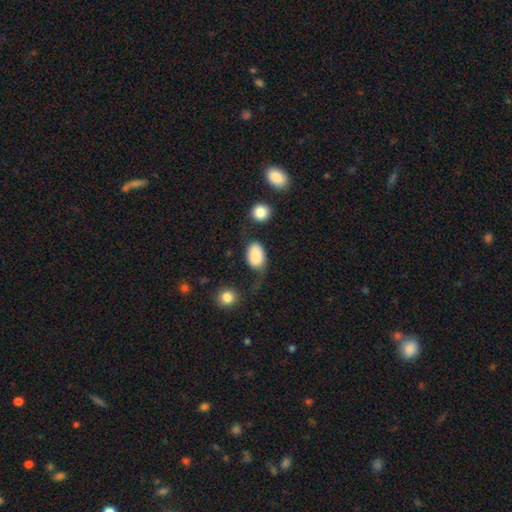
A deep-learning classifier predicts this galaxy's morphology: The model was most divided on "merging": none: 48%, minor disturbance: 27%, major disturbance: 19%, merger: 6%. More confident: how rounded — in between (88%); smooth or featured — smooth (86%).